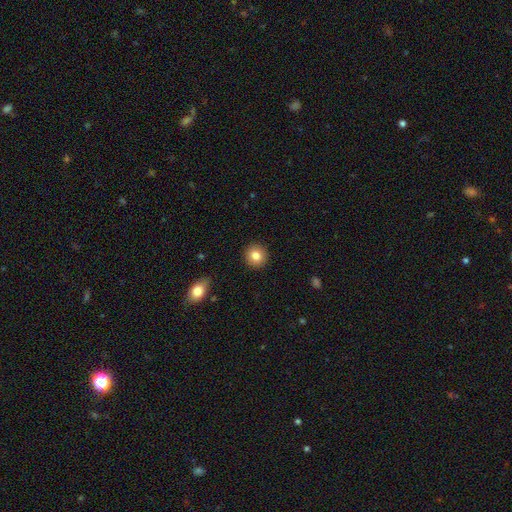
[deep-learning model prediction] smooth 84%, star or artifact 9%, featured or disk 7%. Down the decision tree: how rounded — round (92%); merging — none (92%).